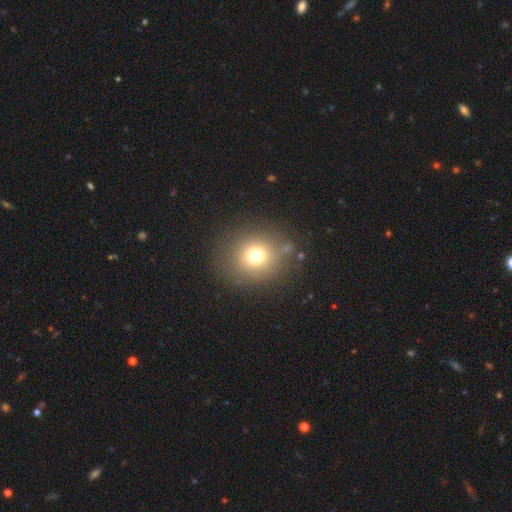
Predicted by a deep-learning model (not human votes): Overall: smooth (71%). How rounded: round (85%). Merging: none (81%).